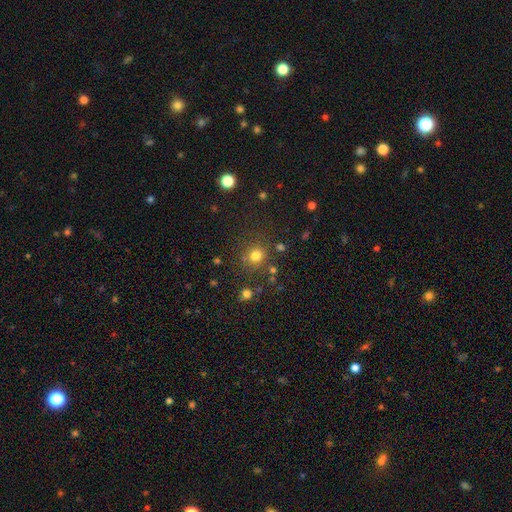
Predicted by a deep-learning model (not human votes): Overall: smooth (76%). How rounded: round (87%). Merging: none (79%).